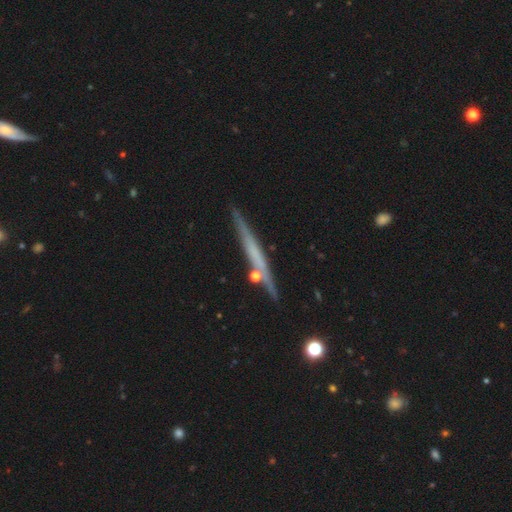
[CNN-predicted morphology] The model was most divided on "smooth or featured": featured or disk: 58%, smooth: 35%, star or artifact: 7%. More confident: edge-on disk — yes (97%); merging — none (85%); edge-on bulge — none (82%).